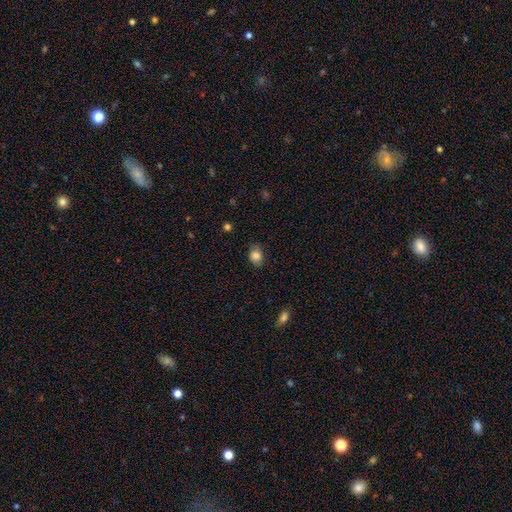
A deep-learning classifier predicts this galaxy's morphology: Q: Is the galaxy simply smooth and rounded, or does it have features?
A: smooth — 84%.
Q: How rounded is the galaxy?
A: in between — 62%.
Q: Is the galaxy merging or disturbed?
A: none — 80%.